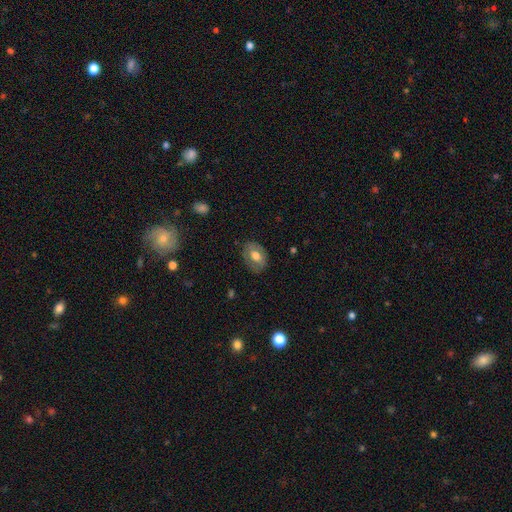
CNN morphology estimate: Smooth or featured: smooth — 60% (featured or disk — 33%)
How rounded: in between — 77% (round — 21%)
Merging: none — 78% (minor disturbance — 16%)